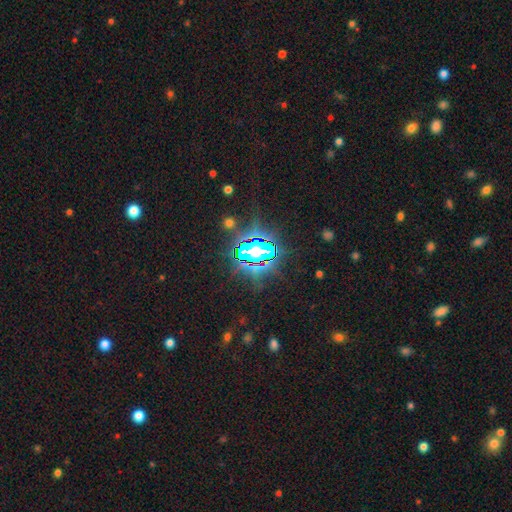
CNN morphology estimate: smooth_or_featured: star or artifact (p=0.81) [alt: smooth p=0.10]